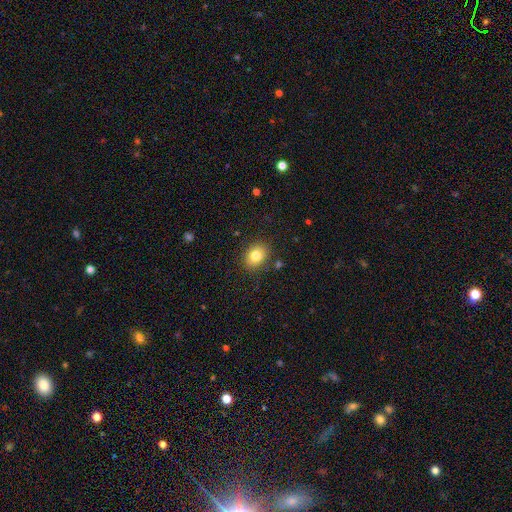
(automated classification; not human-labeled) The model was most divided on "how rounded": round: 53%, in between: 46%, cigar-shaped: 1%. More confident: merging — none (86%); smooth or featured — smooth (81%).